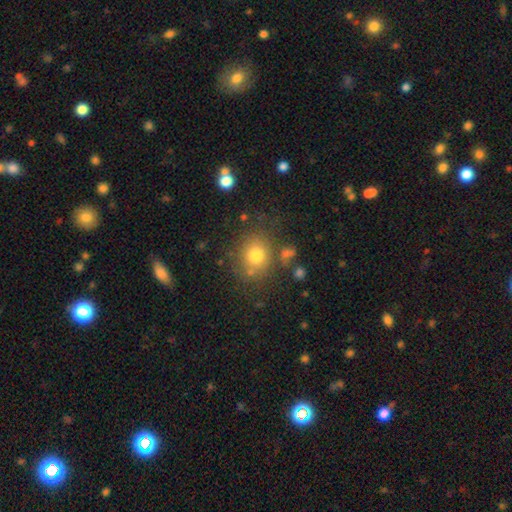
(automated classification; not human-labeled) This appears to be a smooth galaxy with no disk features (76%) that is round (75%). Merging: none (76%).